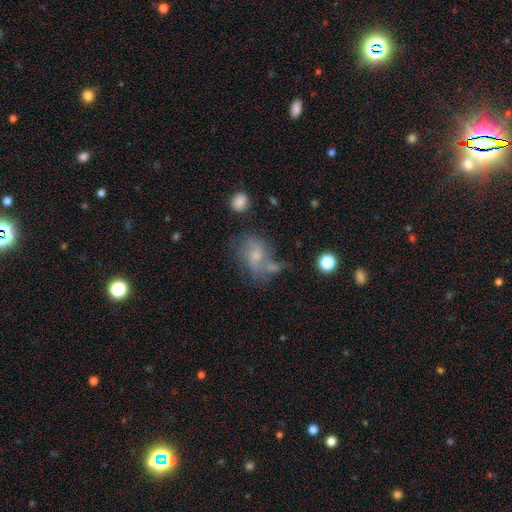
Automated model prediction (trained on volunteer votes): Overall: featured or disk (53%; smooth 35%). Edge-on disk: no (97%). Bar: no (61%; weak 33%). Spiral arms: yes (71%). Bulge size: small (52%; moderate 36%). Merging: none (39%; minor disturbance 23%).